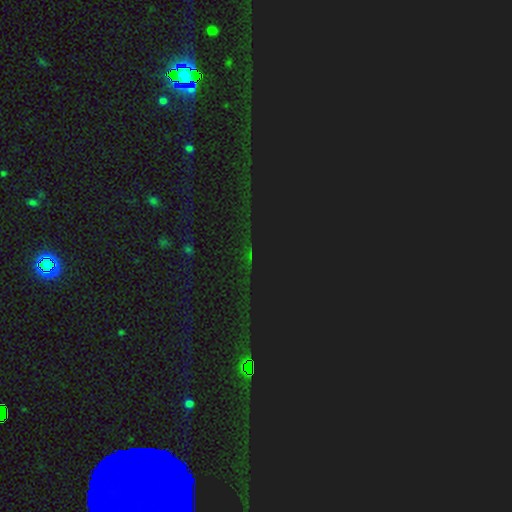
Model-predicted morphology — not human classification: Smooth or featured: star or artifact — 83% (smooth — 8%)